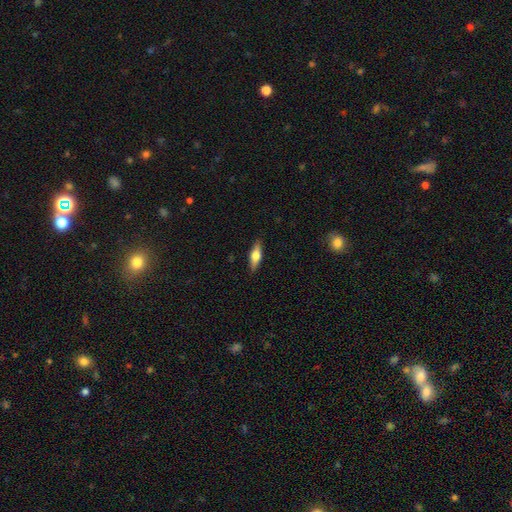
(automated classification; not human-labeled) The model was most divided on "smooth or featured": smooth: 49%, featured or disk: 45%, star or artifact: 6%. More confident: merging — none (89%).